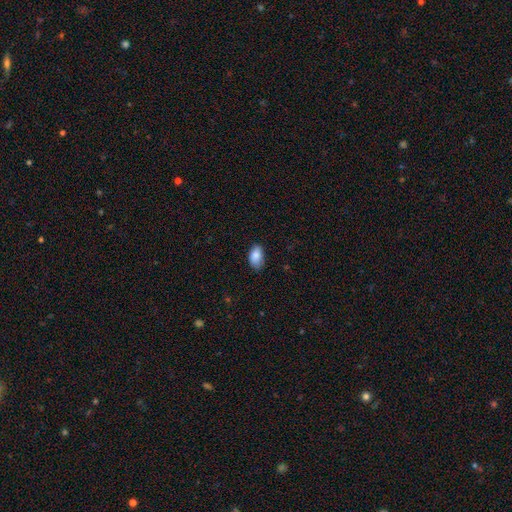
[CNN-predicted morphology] Smooth or featured? Predicted: smooth (p=0.86). How rounded? Predicted: in between (p=0.92). Merging? Predicted: none (p=0.76).